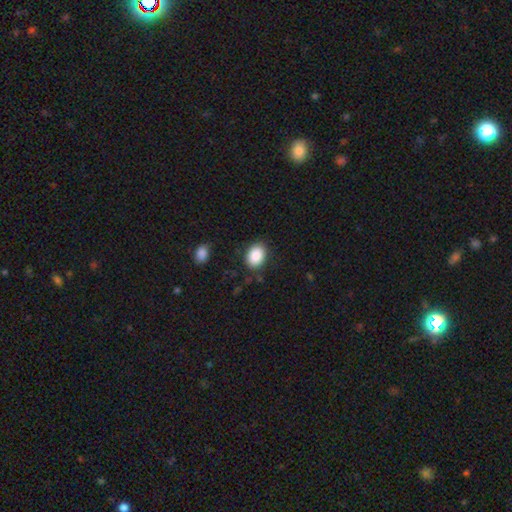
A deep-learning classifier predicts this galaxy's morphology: Smooth or featured? Predicted: smooth (p=0.89). How rounded? Predicted: in between (p=0.73). Merging? Predicted: none (p=0.84).